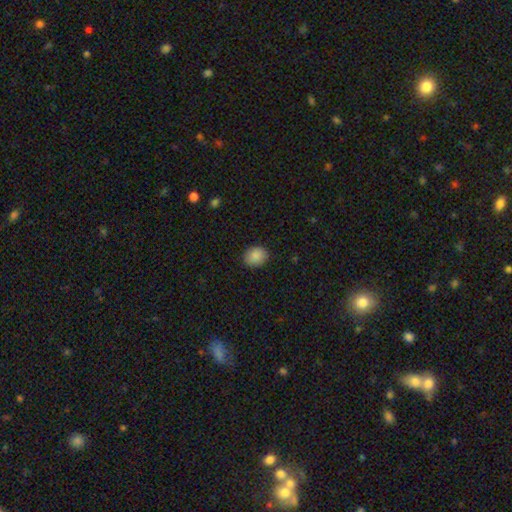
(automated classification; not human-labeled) This appears to be a smooth galaxy with no disk features (88%) that is round (57%). Merging: none (88%).